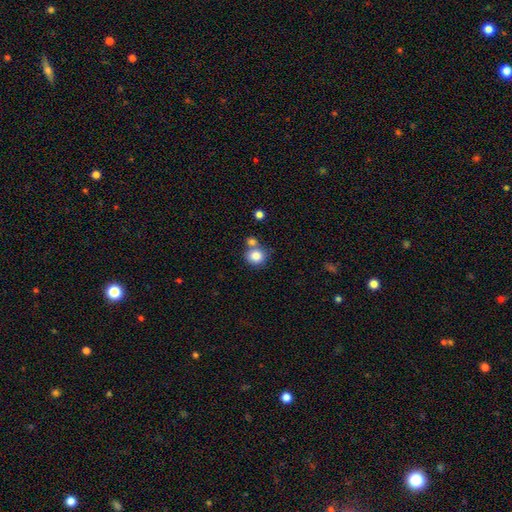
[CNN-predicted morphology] Smooth or featured?
  - smooth: 83% *
  - star or artifact: 9%
  - featured or disk: 7%
How rounded?
  - round: 82% *
  - in between: 17%
  - cigar-shaped: 1%
Merging?
  - none: 57% *
  - merger: 29%
  - minor disturbance: 10%
  - major disturbance: 4%